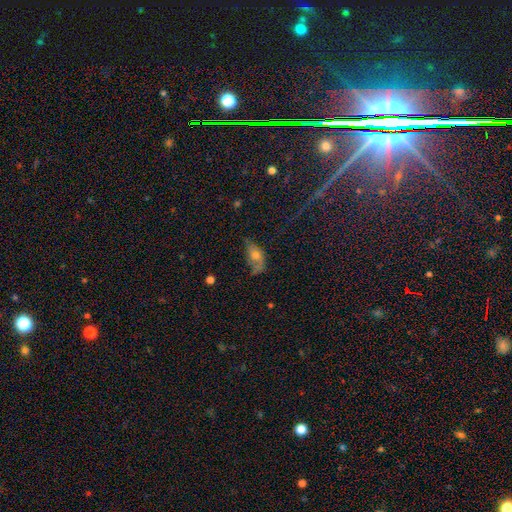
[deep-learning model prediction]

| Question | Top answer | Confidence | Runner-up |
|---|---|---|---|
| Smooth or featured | smooth | 50% | featured or disk (36%) |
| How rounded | in between | 84% | round (8%) |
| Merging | none | 37% | minor disturbance (33%) |